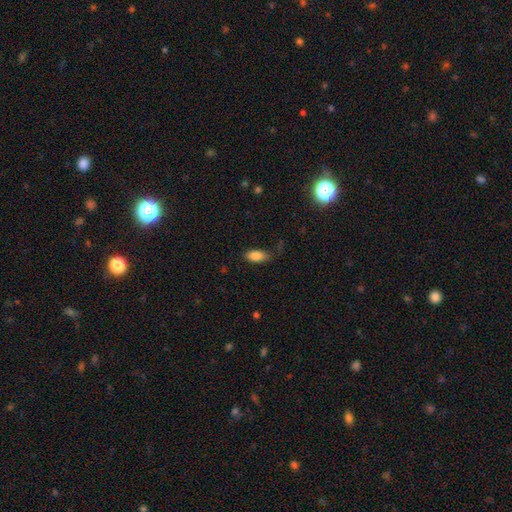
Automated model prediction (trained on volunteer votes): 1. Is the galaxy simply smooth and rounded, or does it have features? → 85% smooth, 8% star or artifact, 7% featured or disk.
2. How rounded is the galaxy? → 90% in between, 7% cigar-shaped, 3% round.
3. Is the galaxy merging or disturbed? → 67% none, 24% minor disturbance, 7% major disturbance, 2% merger.